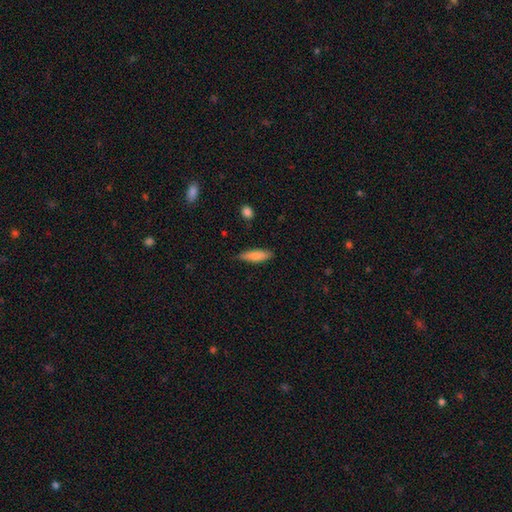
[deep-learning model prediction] A smooth galaxy with no disk features (78%) that is cigar-shaped (63%). Merging: none (81%).